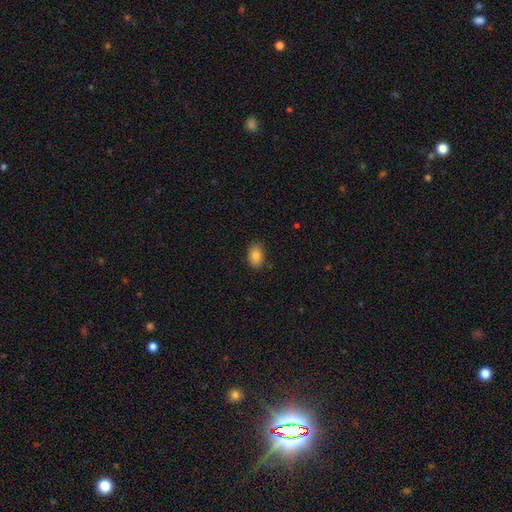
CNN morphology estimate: smooth 83%, star or artifact 9%, featured or disk 8%. Down the decision tree: how rounded — in between (83%); merging — none (84%).